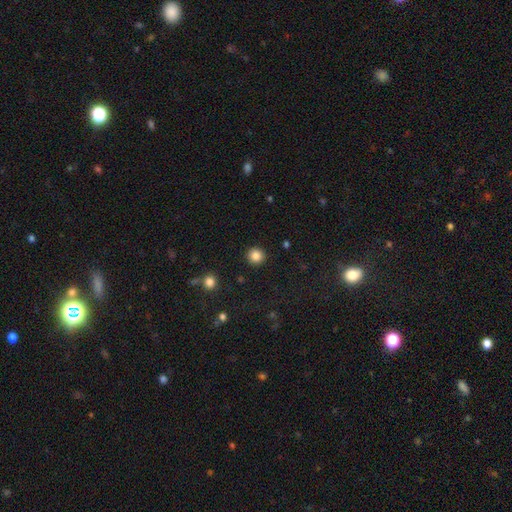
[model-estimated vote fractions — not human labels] A smooth galaxy with no disk features (86%) that is round (94%). Merging: none (92%).